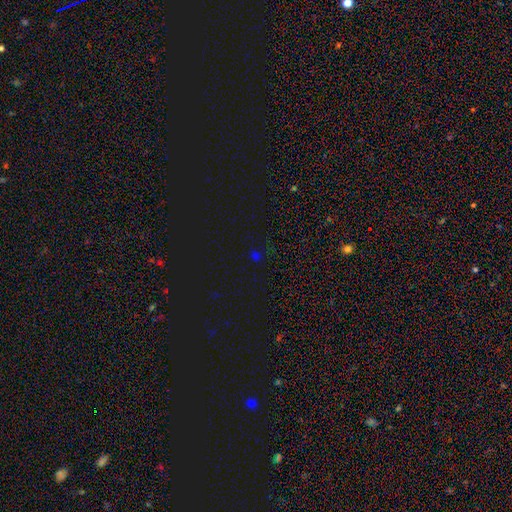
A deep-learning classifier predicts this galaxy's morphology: A star or artifact, not a galaxy (62%).